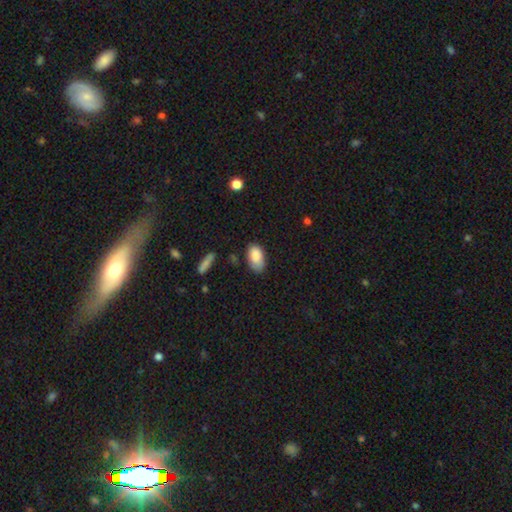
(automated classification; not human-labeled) Smooth or featured? Predicted: smooth (p=0.86). How rounded? Predicted: in between (p=0.94). Merging? Predicted: none (p=0.65).